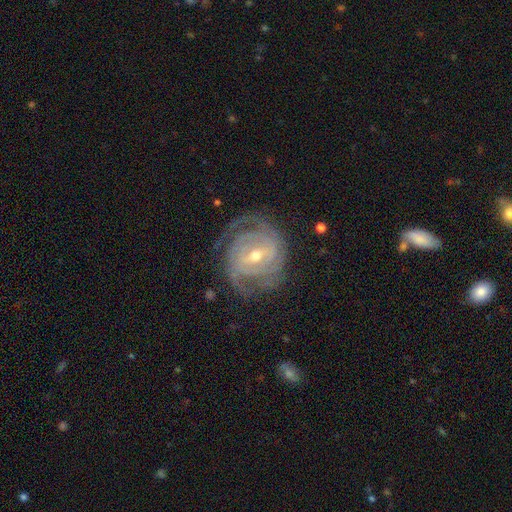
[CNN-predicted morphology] A featured or disk galaxy (90%) with a weak bar (49%), 2 (30%) tight (71%) spiral arms (97%) and a moderate central bulge (52%).

Vote fractions:
- Smooth or featured? featured or disk: 90% / smooth: 5% / star or artifact: 5%
- Edge-on disk? no: 97% / yes: 3%
- Bar? weak: 49% / strong: 35% / no: 16%
- Spiral arms? yes: 97% / no: 3%
- Spiral winding? tight: 71% / medium: 24% / loose: 5%
- Spiral arm count? 2: 30% / 3: 25% / can't tell: 22% / 4: 12% / more than 4: 6% / 1: 6%
- Bulge size? moderate: 52% / small: 45% / large: 2% / none: 1% / dominant: 1%
- Merging? none: 75% / minor disturbance: 16% / major disturbance: 8% / merger: 1%